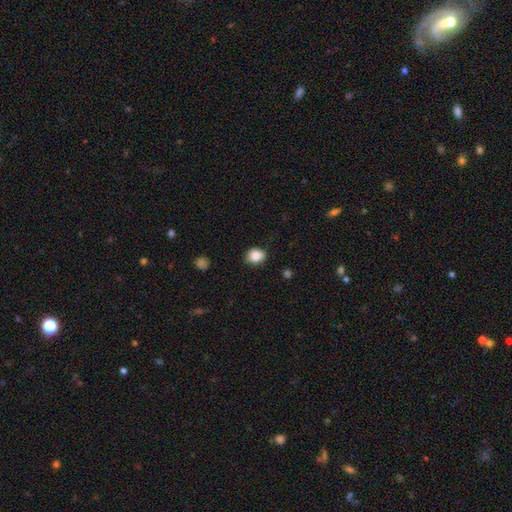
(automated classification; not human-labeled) Smooth or featured: smooth — 87% (star or artifact — 9%)
How rounded: round — 56% (in between — 43%)
Merging: none — 77% (minor disturbance — 18%)